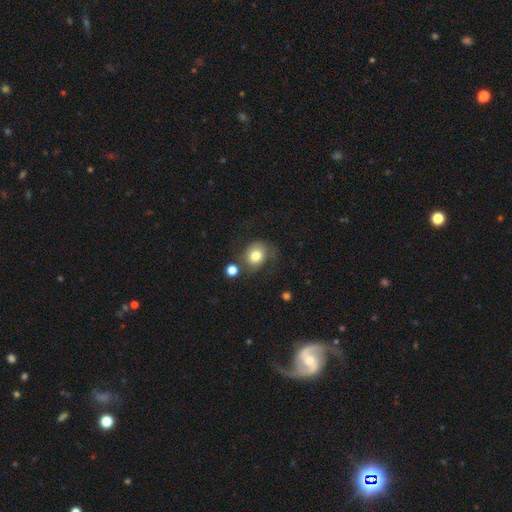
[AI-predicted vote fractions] A smooth galaxy with no disk features (74%) that is round (63%).

Vote fractions:
- Smooth or featured? smooth: 74% / featured or disk: 16% / star or artifact: 9%
- How rounded? round: 63% / in between: 36% / cigar-shaped: 1%
- Merging? none: 55% / minor disturbance: 22% / major disturbance: 13% / merger: 10%